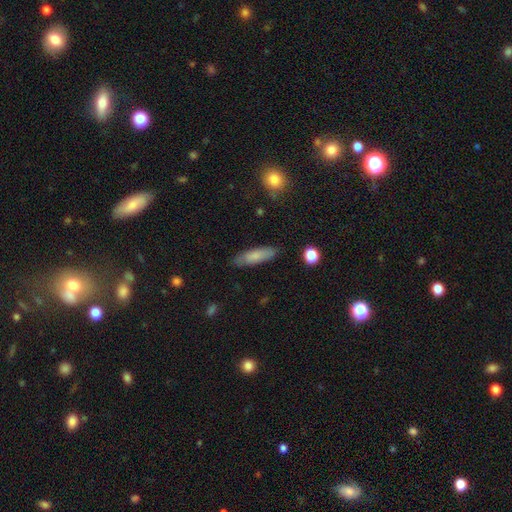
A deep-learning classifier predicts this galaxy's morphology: The model was most divided on "how rounded": cigar-shaped: 58%, in between: 40%, round: 2%. More confident: merging — none (81%); smooth or featured — smooth (75%).